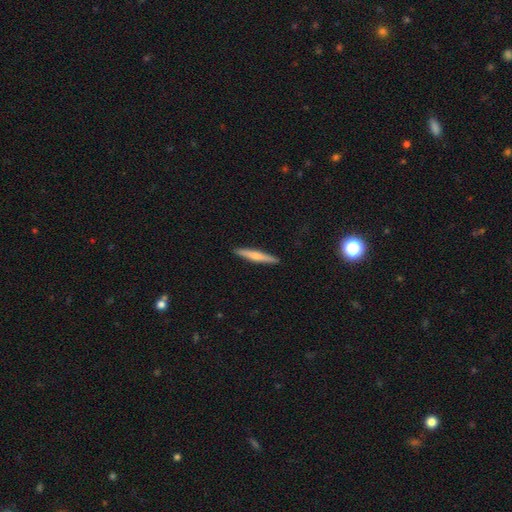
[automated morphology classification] This appears to be a smooth galaxy with no disk features (59%) that is cigar-shaped (94%). Merging: none (92%).